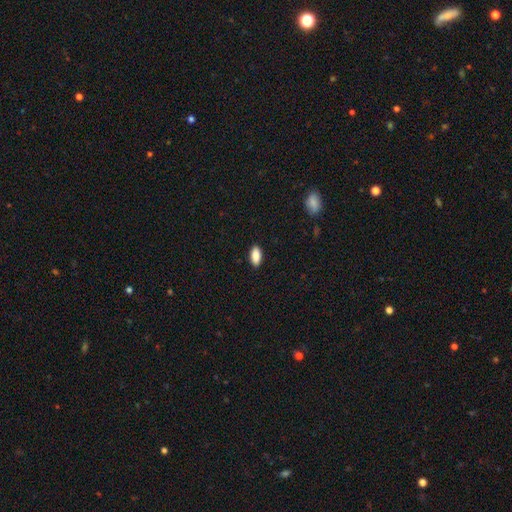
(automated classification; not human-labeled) A smooth galaxy with no disk features (89%) that is in between round and cigar-shaped (88%).

Vote fractions:
- Smooth or featured? smooth: 89% / star or artifact: 7% / featured or disk: 4%
- How rounded? in between: 88% / cigar-shaped: 9% / round: 3%
- Merging? none: 89% / minor disturbance: 8% / major disturbance: 2% / merger: 1%